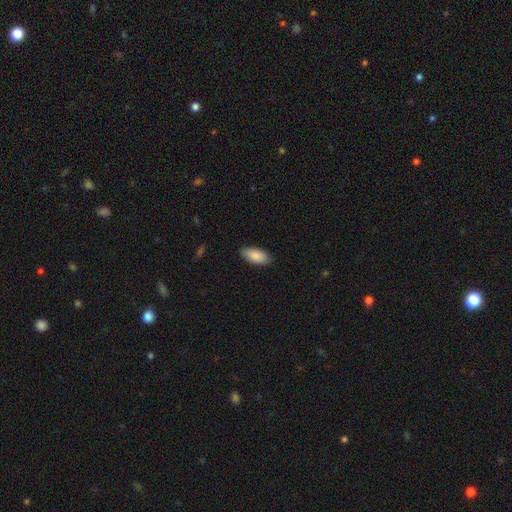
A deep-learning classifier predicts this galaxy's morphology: type=smooth (89%); roundness=in between (90%); merging=none (88%).